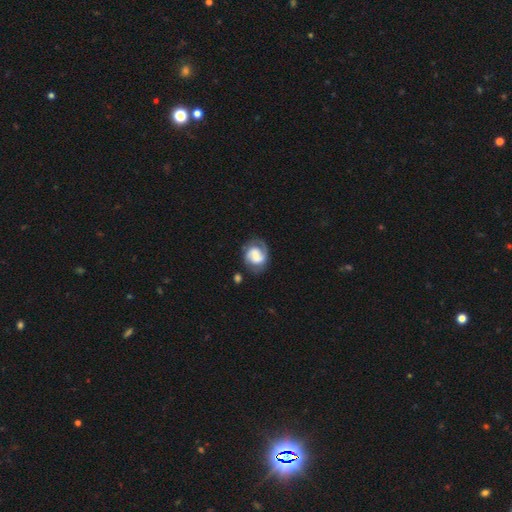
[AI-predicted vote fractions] A featured or disk galaxy (65%) with a weak bar (43%), 2 (68%) medium (42%) spiral arms (88%) and a large central bulge (24%, tied with small). Merging: none (61%).